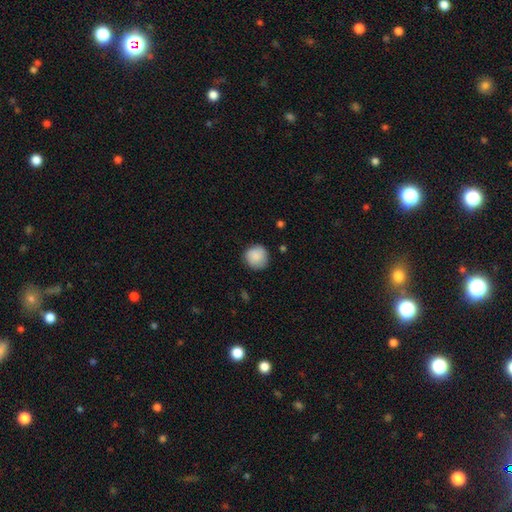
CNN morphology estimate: A smooth galaxy with no disk features (88%) that is round (93%). Merging: none (83%).